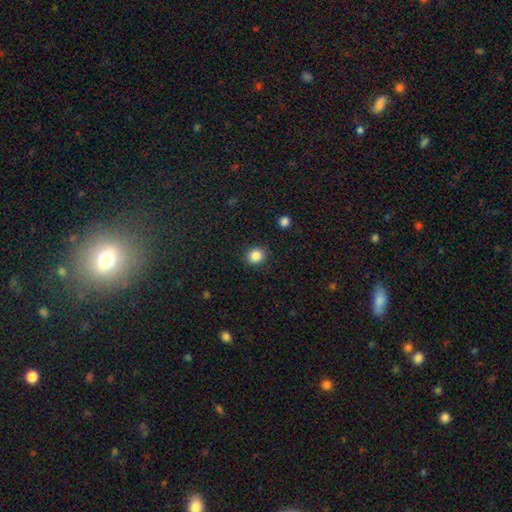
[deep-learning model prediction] A smooth galaxy with no disk features (85%) that is round (89%). Merging: none (91%).